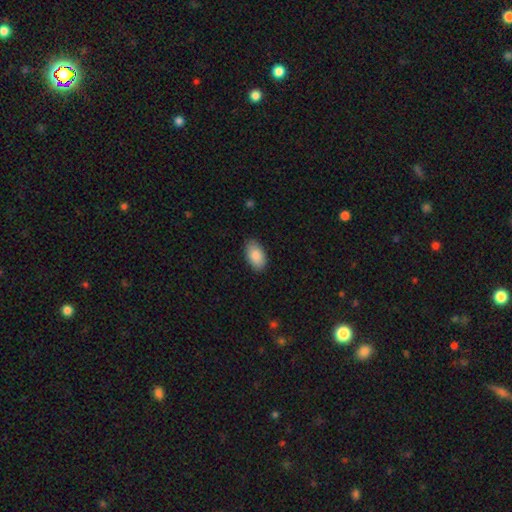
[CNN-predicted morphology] Overall: smooth (88%). How rounded: in between (95%). Merging: none (86%).